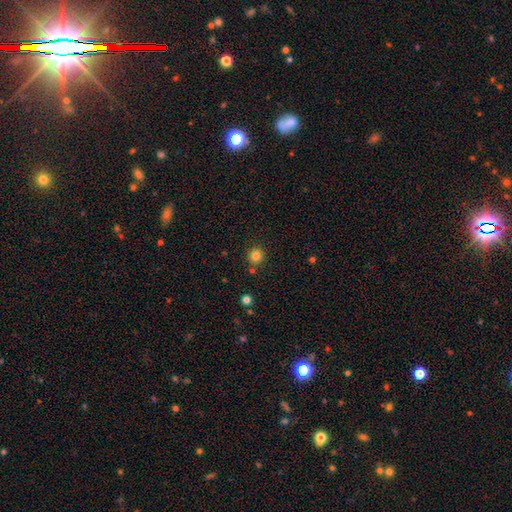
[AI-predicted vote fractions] Q: Smooth or featured?
A: smooth (82%); runner-up: star or artifact (13%)
Q: How rounded?
A: round (93%); runner-up: in between (6%)
Q: Merging?
A: none (86%); runner-up: minor disturbance (7%)